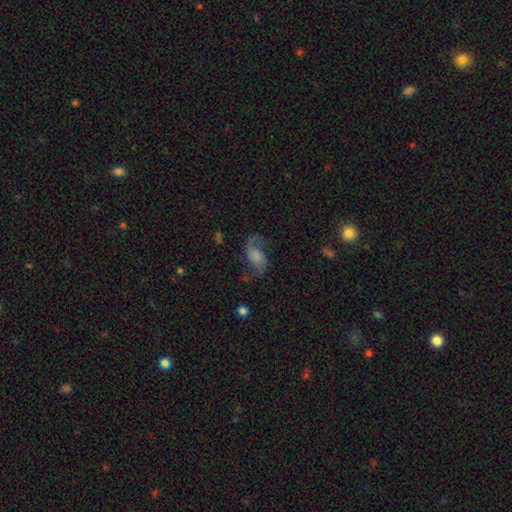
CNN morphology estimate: The model was most divided on "bulge size": none: 36%, small: 24%, moderate: 21%, large: 16%, dominant: 4%. More confident: edge-on disk — no (97%); spiral arms — yes (94%); spiral arm count — 2 (90%); smooth or featured — featured or disk (76%); spiral winding — loose (68%); merging — none (64%); bar — no (56%).